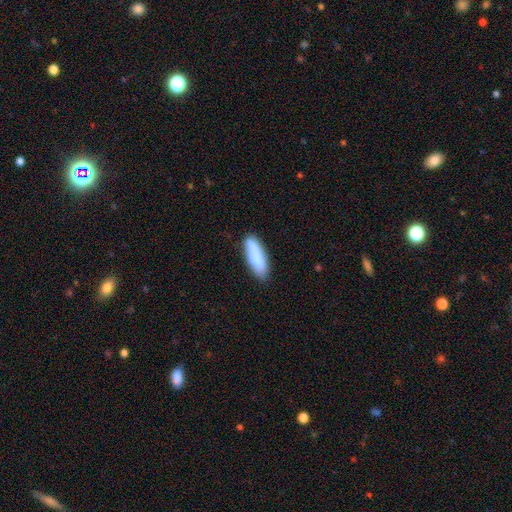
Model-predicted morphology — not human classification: Overall: smooth (82%). How rounded: in between (54%; cigar-shaped 44%). Merging: none (75%).